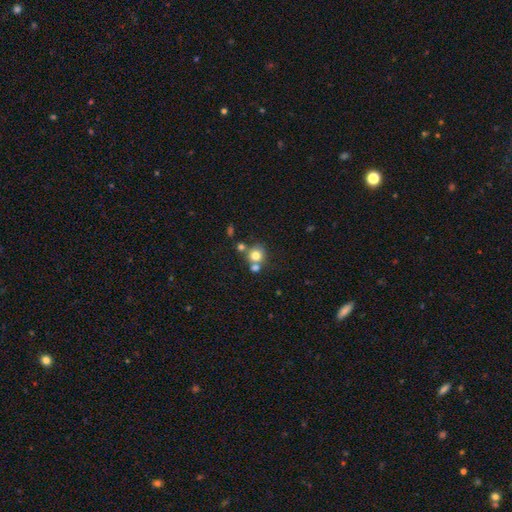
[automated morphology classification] A smooth galaxy with no disk features (76%) that is round (84%). Merging: none (53%).